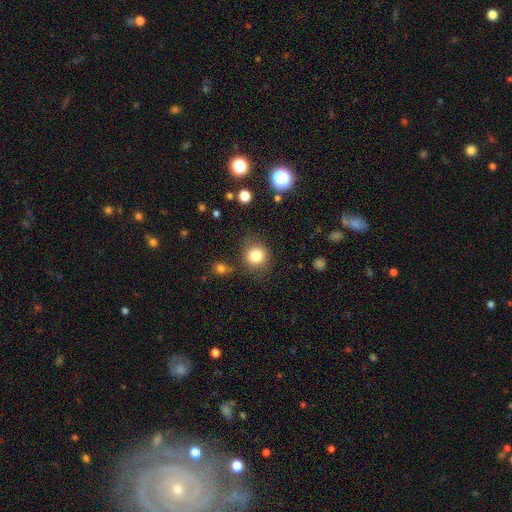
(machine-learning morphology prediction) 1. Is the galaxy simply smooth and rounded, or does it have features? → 82% smooth, 11% star or artifact, 6% featured or disk.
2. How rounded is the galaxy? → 88% round, 11% in between, 1% cigar-shaped.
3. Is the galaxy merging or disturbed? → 80% none, 12% minor disturbance, 4% major disturbance, 4% merger.